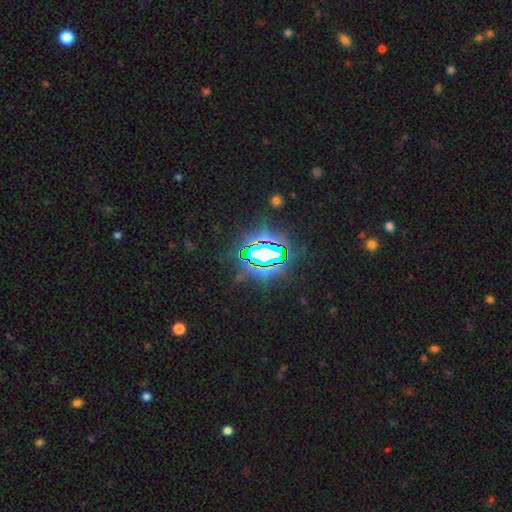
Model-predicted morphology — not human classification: Overall: star or artifact (81%).